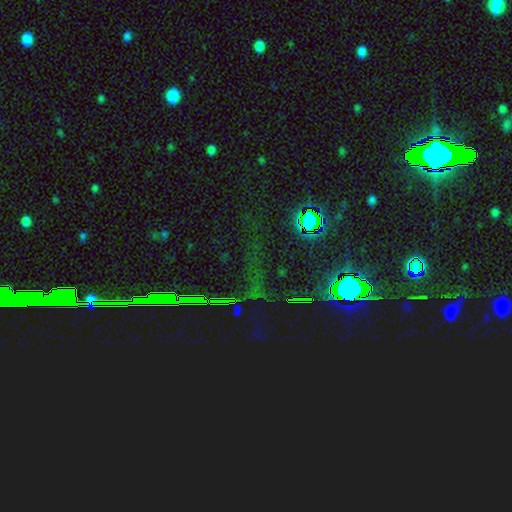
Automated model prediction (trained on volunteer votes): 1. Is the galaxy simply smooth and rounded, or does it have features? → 82% star or artifact, 10% smooth, 8% featured or disk.